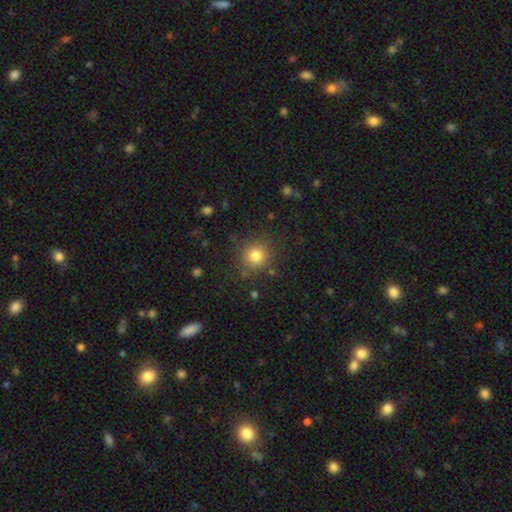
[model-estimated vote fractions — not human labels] This is clearly a smooth galaxy (81%). How rounded: clearly round (91%). Merging: clearly none (85%).